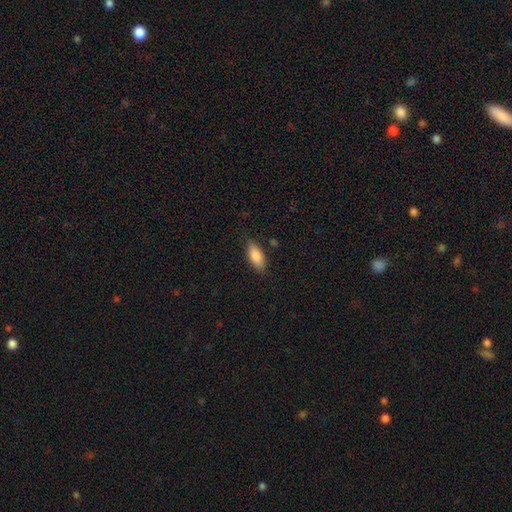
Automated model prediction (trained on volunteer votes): Overall: smooth (86%). How rounded: in between (82%). Merging: none (83%).